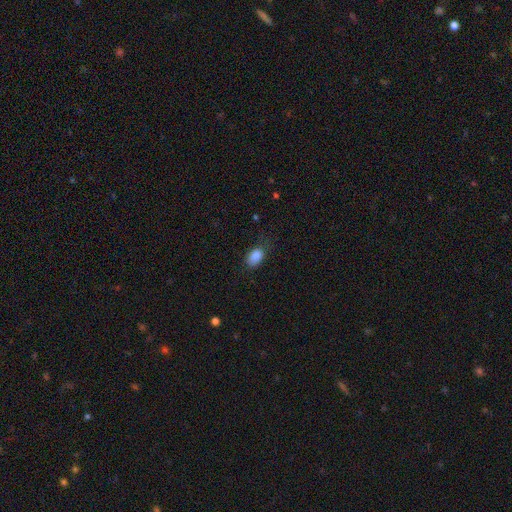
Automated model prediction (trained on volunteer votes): smooth_or_featured: smooth (p=0.86) [alt: star or artifact p=0.09]
how_rounded: in between (p=0.87) [alt: round p=0.11]
merging: none (p=0.64) [alt: minor disturbance p=0.26]